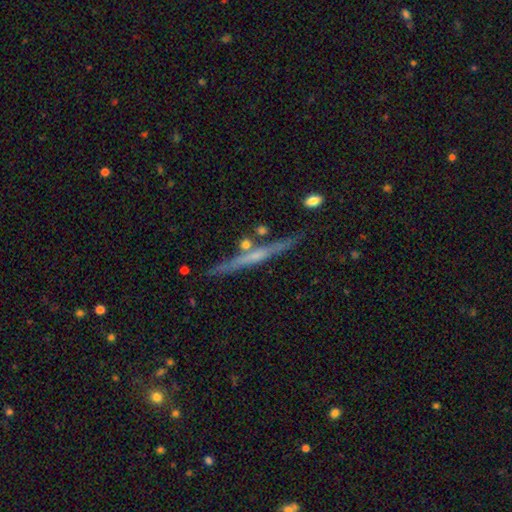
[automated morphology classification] This is likely a featured or disk galaxy (64%). It is clearly viewed edge-on (96%). Edge-on bulge: likely none (63%). Merging: clearly none (81%).